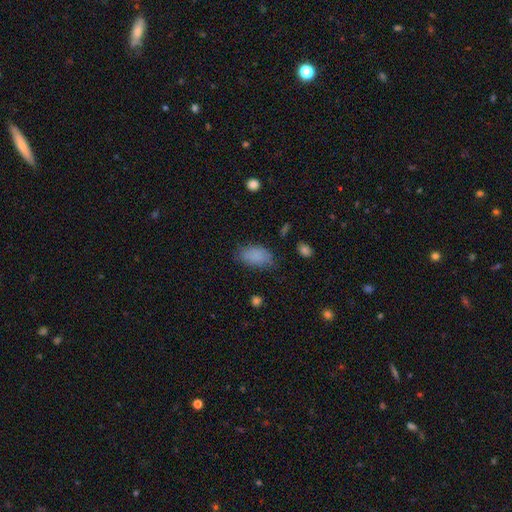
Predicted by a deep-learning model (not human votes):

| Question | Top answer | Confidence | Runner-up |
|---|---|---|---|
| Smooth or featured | smooth | 85% | star or artifact (9%) |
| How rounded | in between | 92% | round (6%) |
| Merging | none | 70% | minor disturbance (22%) |